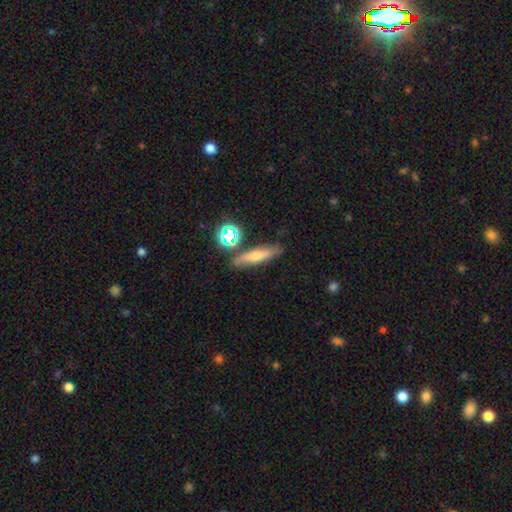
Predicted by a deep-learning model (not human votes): This is possibly a smooth galaxy (50%). How rounded: likely cigar-shaped (72%). Merging: likely none (78%).